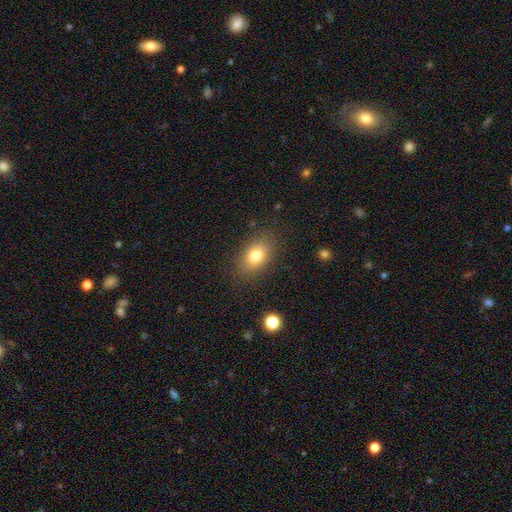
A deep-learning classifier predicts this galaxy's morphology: Smooth or featured: smooth — 78% (featured or disk — 12%)
How rounded: in between — 81% (round — 17%)
Merging: none — 84% (minor disturbance — 11%)